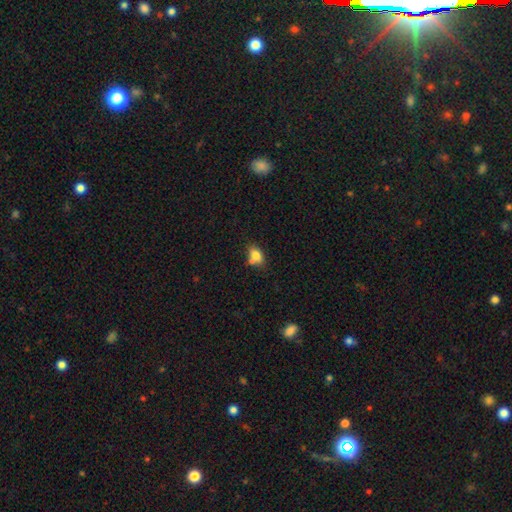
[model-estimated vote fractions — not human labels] smooth 78%, featured or disk 12%, star or artifact 9%. Down the decision tree: how rounded — in between (79%); merging — none (52%).